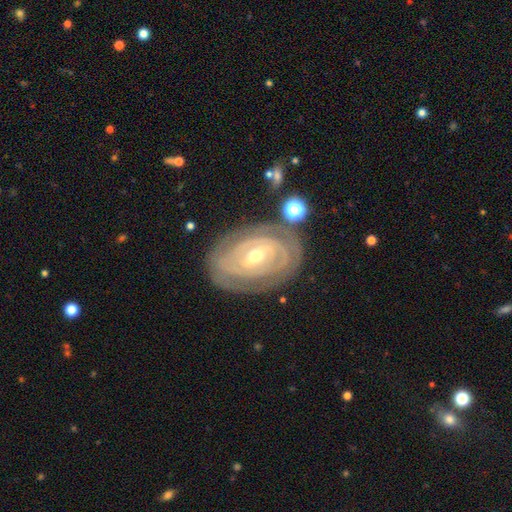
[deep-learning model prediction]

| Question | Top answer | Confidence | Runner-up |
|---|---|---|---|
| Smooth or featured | featured or disk | 85% | smooth (10%) |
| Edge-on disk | no | 95% | yes (5%) |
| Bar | weak | 40% | no (31%) |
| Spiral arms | yes | 85% | no (15%) |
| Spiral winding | tight | 82% | medium (14%) |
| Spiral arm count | can't tell | 43% | 2 (28%) |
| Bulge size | moderate | 51% | small (46%) |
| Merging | none | 77% | minor disturbance (14%) |